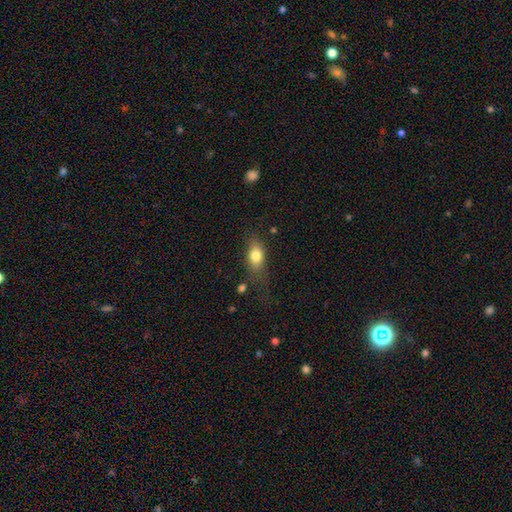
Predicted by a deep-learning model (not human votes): This is likely a smooth galaxy (78%). How rounded: clearly in between (81%). Merging: likely none (60%).